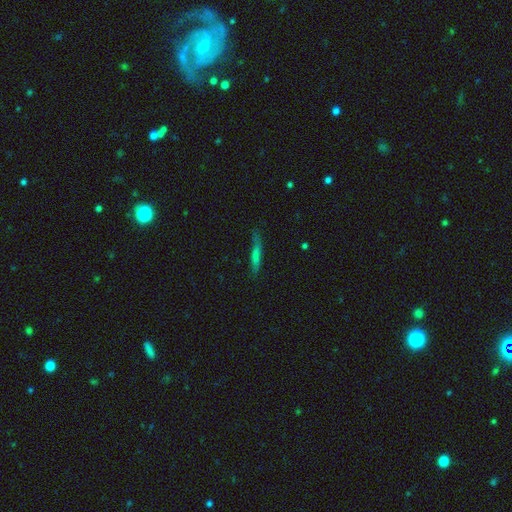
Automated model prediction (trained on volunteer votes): A smooth galaxy with no disk features (68%) that is cigar-shaped (90%).

Vote fractions:
- Smooth or featured? smooth: 68% / featured or disk: 24% / star or artifact: 8%
- How rounded? cigar-shaped: 90% / in between: 8% / round: 2%
- Merging? none: 72% / minor disturbance: 21% / major disturbance: 5% / merger: 2%